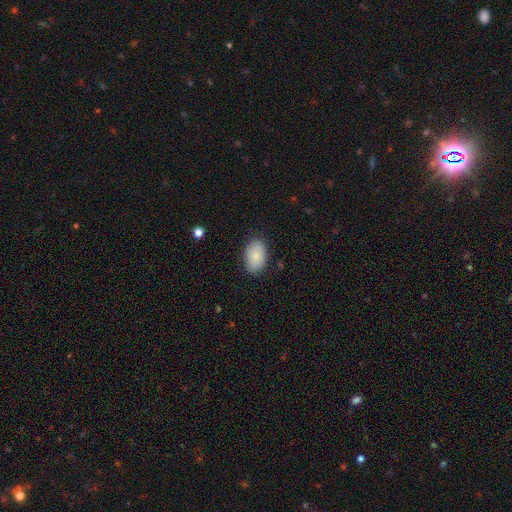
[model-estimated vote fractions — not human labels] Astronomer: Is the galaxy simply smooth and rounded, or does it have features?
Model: smooth — 87%.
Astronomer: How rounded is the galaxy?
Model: in between — 91%.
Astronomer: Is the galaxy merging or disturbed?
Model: none — 85%.